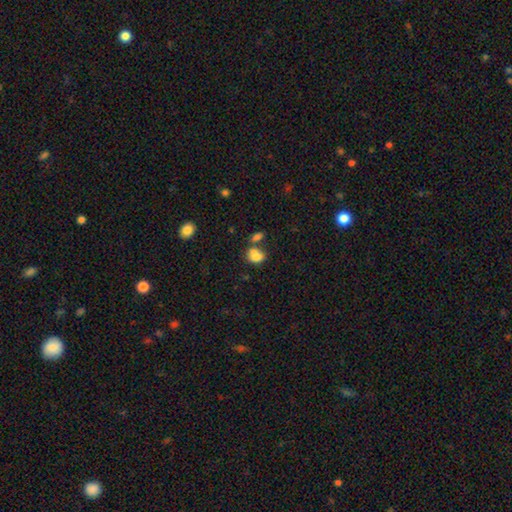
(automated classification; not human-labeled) Q: Smooth or featured?
A: smooth (78%); runner-up: featured or disk (12%)
Q: How rounded?
A: in between (63%); runner-up: round (36%)
Q: Merging?
A: merger (49%); runner-up: none (33%)